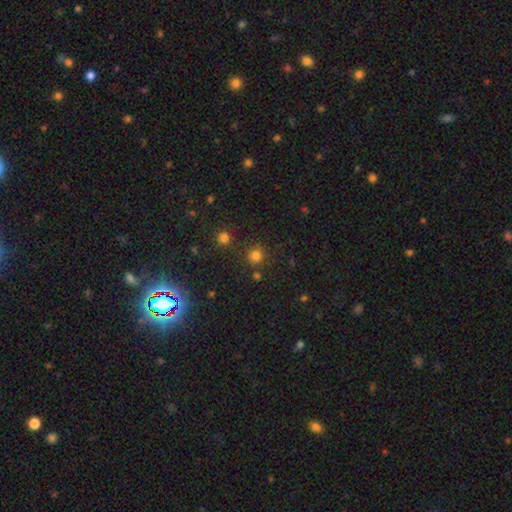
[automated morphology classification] This is likely a smooth galaxy (77%). How rounded: clearly round (93%). Merging: clearly none (83%).